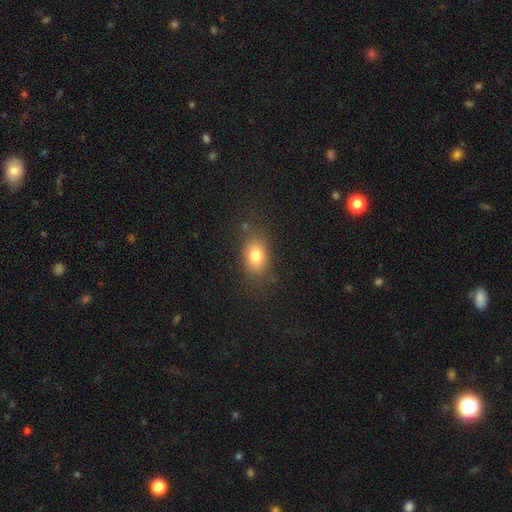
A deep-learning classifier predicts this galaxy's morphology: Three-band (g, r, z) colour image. It shows a smooth galaxy with no disk features (79%) that is in between round and cigar-shaped (78%). Merging: none (78%).